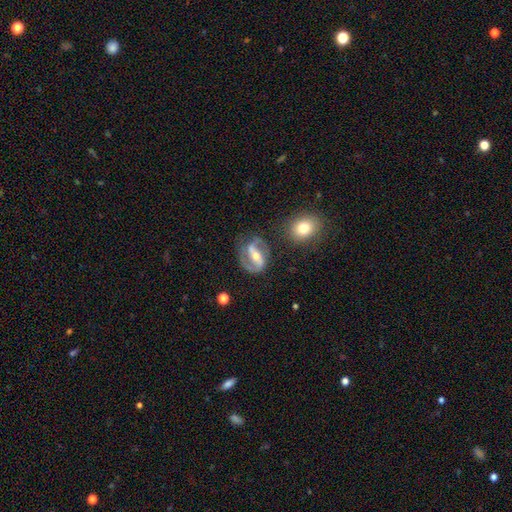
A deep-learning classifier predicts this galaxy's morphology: Smooth or featured?
  - featured or disk: 85% *
  - smooth: 9%
  - star or artifact: 6%
Edge-on disk?
  - no: 96% *
  - yes: 4%
Bar?
  - strong: 62% *
  - weak: 25%
  - no: 13%
Spiral arms?
  - yes: 92% *
  - no: 8%
Spiral winding?
  - medium: 50% *
  - loose: 28%
  - tight: 22%
Spiral arm count?
  - 2: 89% *
  - 1: 5%
  - can't tell: 4%
  - 3: 1%
  - 4: 1%
  - more than 4: 1%
Bulge size?
  - moderate: 55% *
  - small: 40%
  - large: 3%
  - none: 1%
  - dominant: 1%
Merging?
  - none: 71% *
  - minor disturbance: 16%
  - major disturbance: 9%
  - merger: 3%